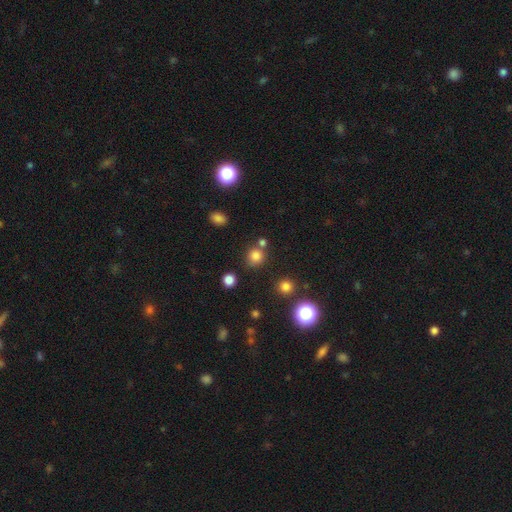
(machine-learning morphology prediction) A smooth galaxy with no disk features (79%) that is round (87%).

Vote fractions:
- Smooth or featured? smooth: 79% / star or artifact: 16% / featured or disk: 5%
- How rounded? round: 87% / in between: 12% / cigar-shaped: 1%
- Merging? none: 72% / merger: 15% / minor disturbance: 10% / major disturbance: 4%